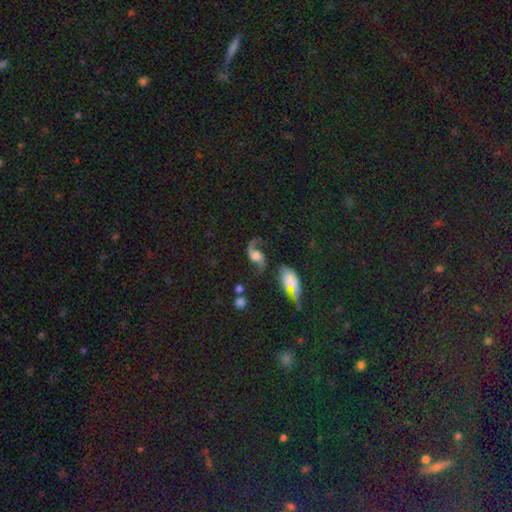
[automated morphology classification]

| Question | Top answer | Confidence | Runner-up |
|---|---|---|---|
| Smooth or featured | featured or disk | 83% | smooth (9%) |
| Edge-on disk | no | 97% | yes (3%) |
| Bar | no | 58% | weak (32%) |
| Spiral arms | yes | 96% | no (4%) |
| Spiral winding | loose | 78% | medium (19%) |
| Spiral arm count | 2 | 90% | 1 (6%) |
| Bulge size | moderate | 36% | large (34%) |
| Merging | none | 60% | minor disturbance (17%) |